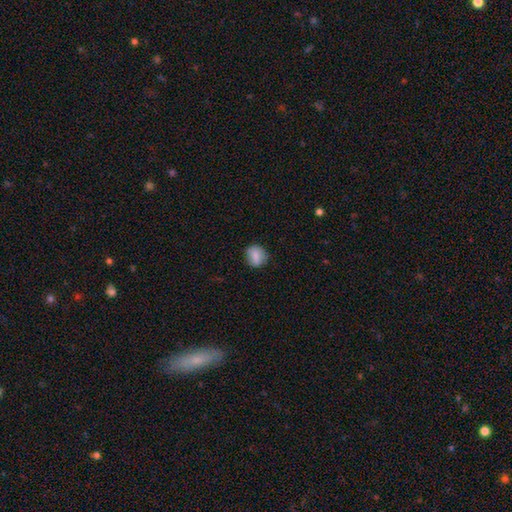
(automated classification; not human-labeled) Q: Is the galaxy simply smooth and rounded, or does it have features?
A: smooth — 77%.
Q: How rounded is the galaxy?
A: round — 67%.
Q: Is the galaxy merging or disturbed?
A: none — 80%.